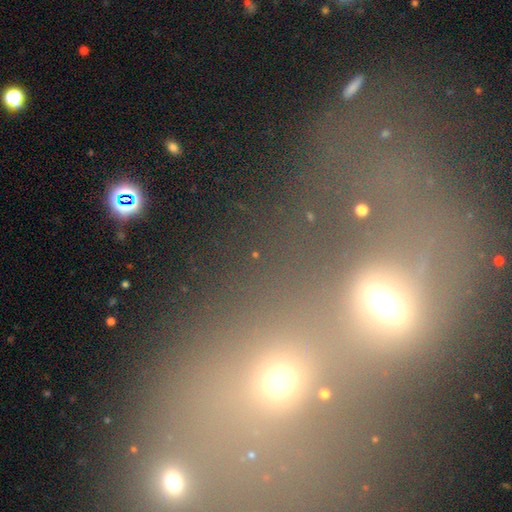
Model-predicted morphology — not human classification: smooth-or-featured: smooth: 43% | star or artifact: 31% | featured or disk: 26%
  merging: merger: 76% | none: 12% | major disturbance: 8% | minor disturbance: 5%